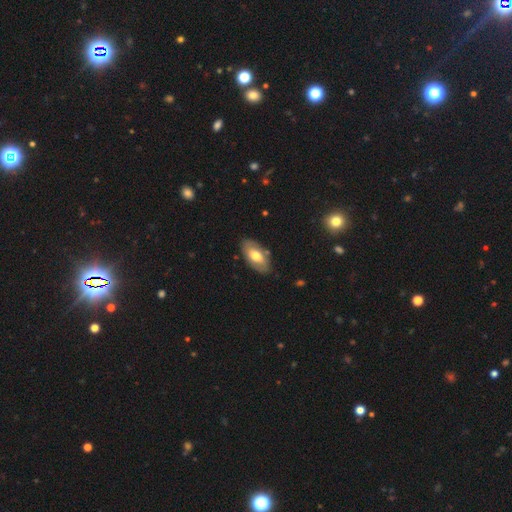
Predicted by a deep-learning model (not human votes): This appears to be a smooth galaxy with no disk features (59%) that is in between round and cigar-shaped (93%). Merging: none (80%).